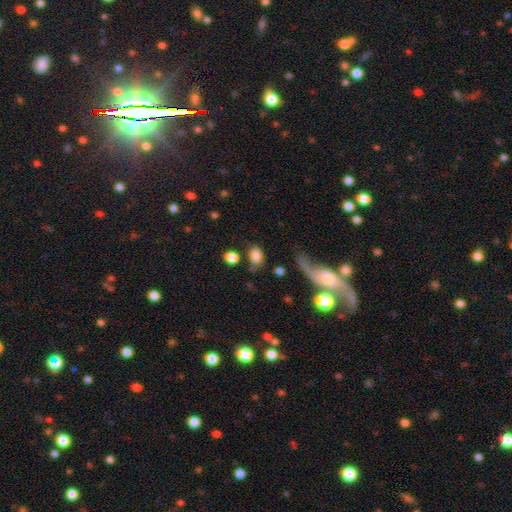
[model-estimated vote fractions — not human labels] Smooth or featured? Predicted: smooth (p=0.78). How rounded? Predicted: in between (p=0.69). Merging? Predicted: none (p=0.58).